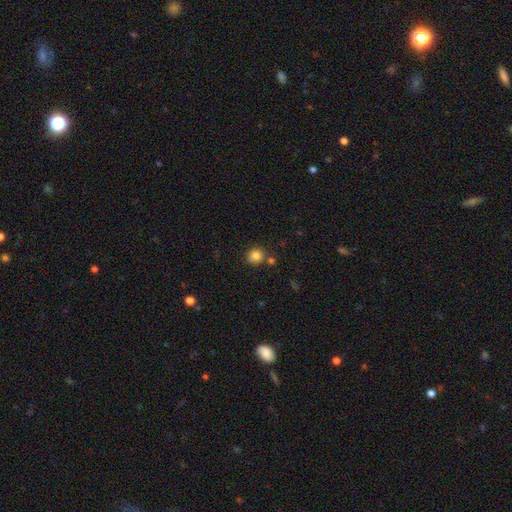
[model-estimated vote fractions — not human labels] smooth 84%, star or artifact 11%, featured or disk 5%. Down the decision tree: how rounded — round (89%); merging — none (75%).